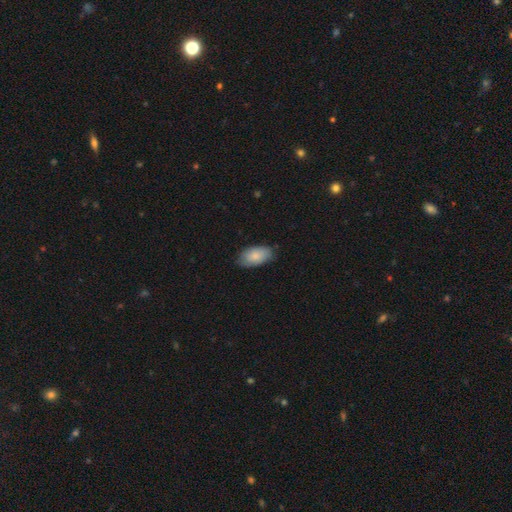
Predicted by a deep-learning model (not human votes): smooth_or_featured: smooth (p=0.84) [alt: featured or disk p=0.10]
how_rounded: in between (p=0.94) [alt: round p=0.03]
merging: none (p=0.75) [alt: minor disturbance p=0.21]